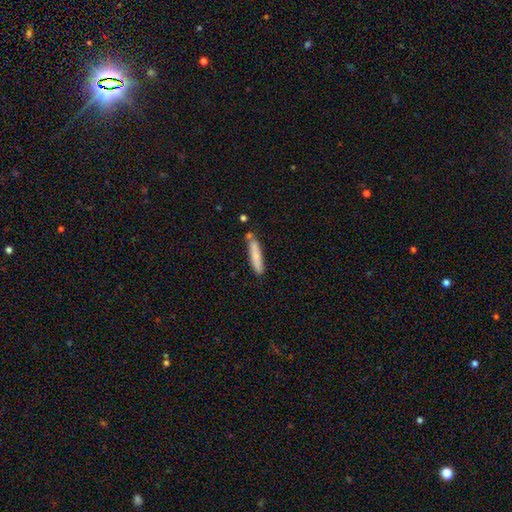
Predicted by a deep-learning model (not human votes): Smooth or featured? smooth (74%)
How rounded? cigar-shaped (87%)
Merging? none (73%)